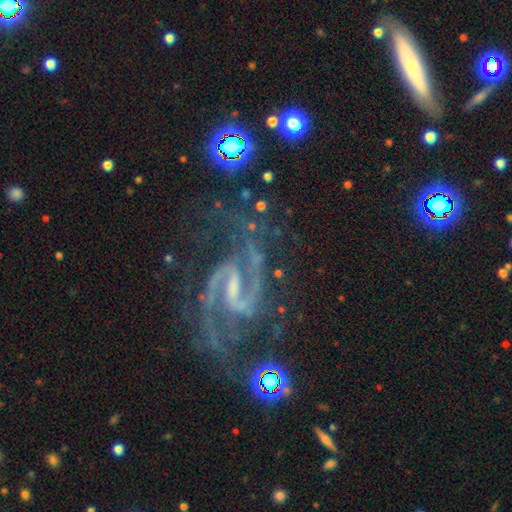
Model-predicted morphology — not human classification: smooth_or_featured: featured or disk (p=0.92) [alt: star or artifact p=0.06]
disk_edge_on: no (p=0.98) [alt: yes p=0.02]
bar: strong (p=0.46) [alt: weak p=0.43]
has_spiral_arms: yes (p=0.99) [alt: no p=0.01]
spiral_winding: medium (p=0.64) [alt: loose p=0.20]
spiral_arm_count: 2 (p=0.93) [alt: 3 p=0.02]
bulge_size: small (p=0.49) [alt: none p=0.36]
merging: none (p=0.66) [alt: minor disturbance p=0.18]